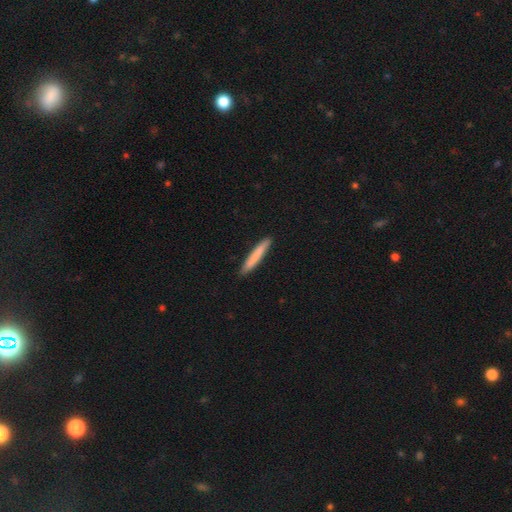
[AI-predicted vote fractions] Morphology: type=smooth (78%); roundness=cigar-shaped (96%); merging=none (91%).